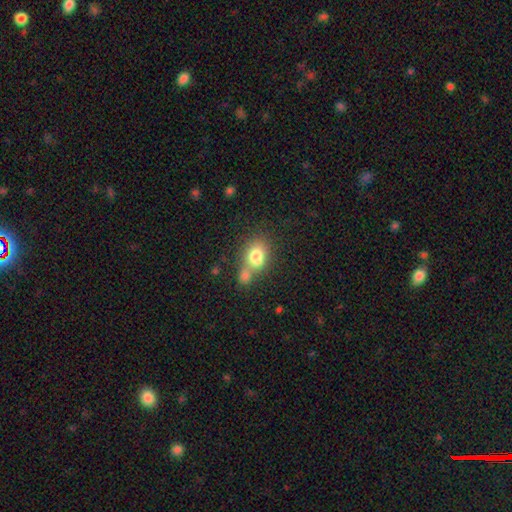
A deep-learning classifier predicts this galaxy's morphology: Smooth or featured? Predicted: smooth (p=0.77). How rounded? Predicted: in between (p=0.60). Merging? Predicted: merger (p=0.48).